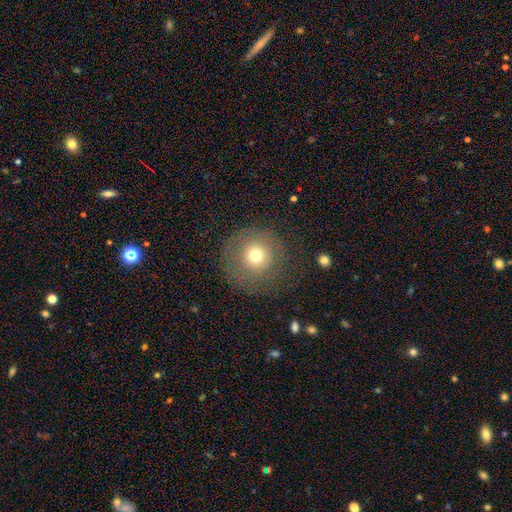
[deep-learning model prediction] Smooth or featured: smooth — 67% (featured or disk — 20%)
How rounded: round — 93% (in between — 6%)
Merging: none — 71% (minor disturbance — 15%)